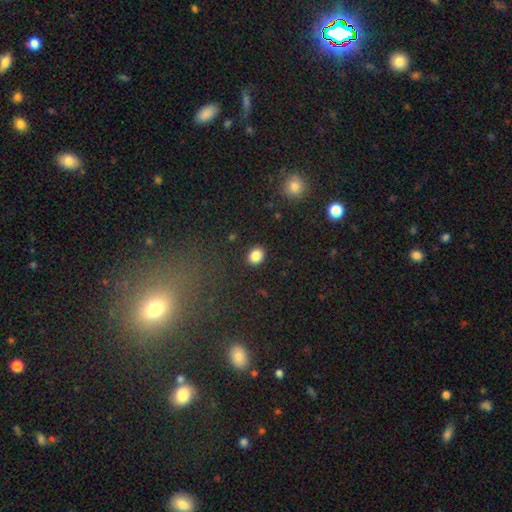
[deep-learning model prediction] Smooth or featured: smooth — 85% (star or artifact — 10%)
How rounded: round — 60% (in between — 39%)
Merging: none — 90% (minor disturbance — 7%)